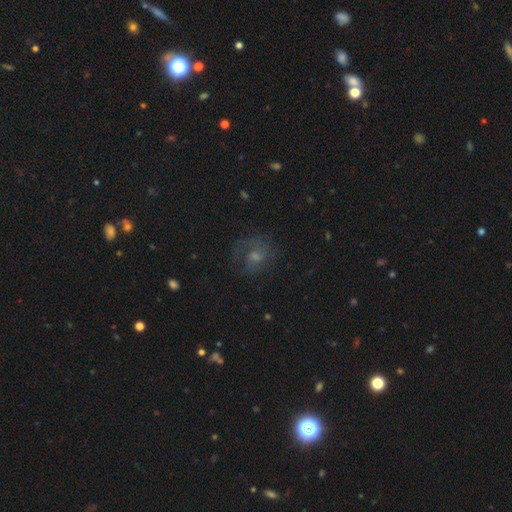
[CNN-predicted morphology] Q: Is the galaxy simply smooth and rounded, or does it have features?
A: featured or disk — 52%.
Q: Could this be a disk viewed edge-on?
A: no — 97%.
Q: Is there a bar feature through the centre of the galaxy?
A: no — 63%.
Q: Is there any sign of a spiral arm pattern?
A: yes — 78%.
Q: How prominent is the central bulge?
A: moderate — 46%.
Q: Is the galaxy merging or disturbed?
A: none — 59%.